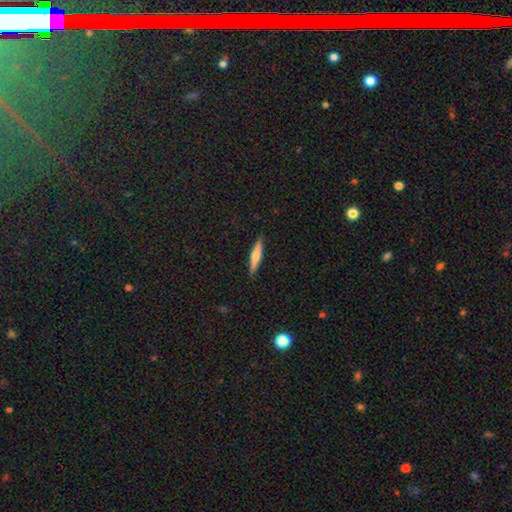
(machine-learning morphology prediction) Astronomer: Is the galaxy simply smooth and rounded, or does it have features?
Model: smooth — 58% (runner-up: featured or disk, 36%).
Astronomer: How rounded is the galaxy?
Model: cigar-shaped — 88%.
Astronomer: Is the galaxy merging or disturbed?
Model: none — 90%.